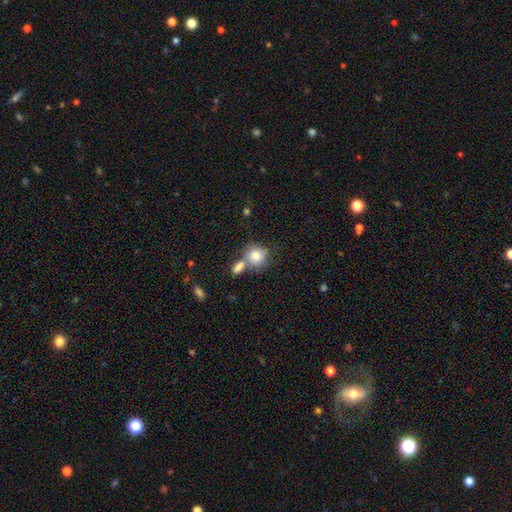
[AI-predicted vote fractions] Smooth or featured? smooth (80%)
How rounded? round (81%)
Merging? none (49%)